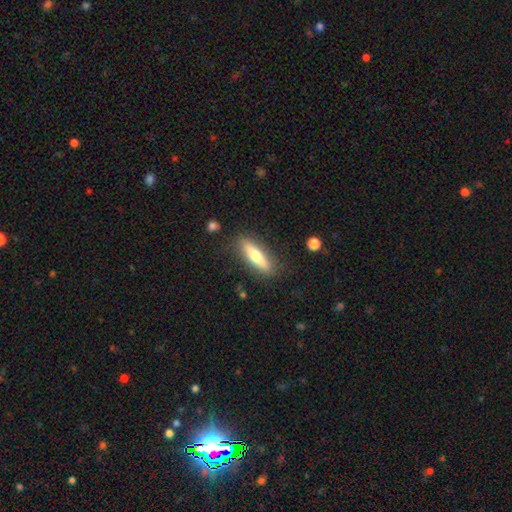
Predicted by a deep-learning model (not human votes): smooth_or_featured: smooth (p=0.55) [alt: featured or disk p=0.39]
how_rounded: cigar-shaped (p=0.70) [alt: in between p=0.28]
merging: none (p=0.84) [alt: minor disturbance p=0.11]